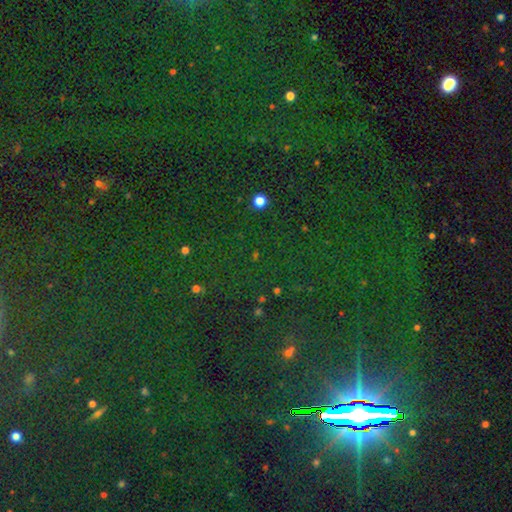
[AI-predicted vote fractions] smooth-or-featured: star or artifact: 70% | smooth: 22% | featured or disk: 7%